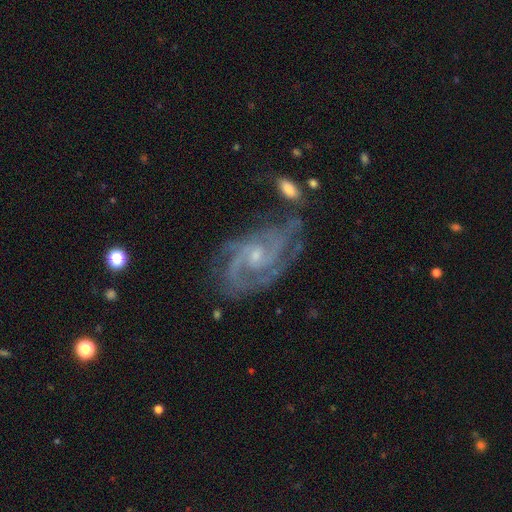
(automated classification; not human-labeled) This appears to be a featured or disk galaxy (91%) with no bar (55%), 2 (47%) medium (46%) spiral arms (98%) and a small central bulge (71%). Merging: none (57%).